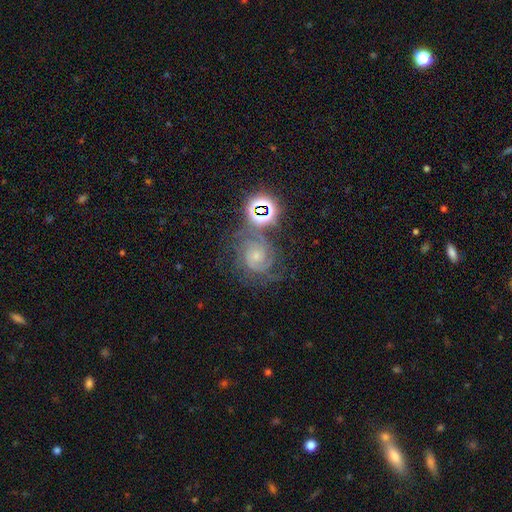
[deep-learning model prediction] A featured or disk galaxy (75%) with no bar (70%), 2 (41%) tight (62%) spiral arms (96%) and a small central bulge (63%).

Vote fractions:
- Smooth or featured? featured or disk: 75% / star or artifact: 17% / smooth: 8%
- Edge-on disk? no: 98% / yes: 2%
- Bar? no: 70% / weak: 23% / strong: 7%
- Spiral arms? yes: 96% / no: 4%
- Spiral winding? tight: 62% / medium: 32% / loose: 6%
- Spiral arm count? 2: 41% / 3: 25% / can't tell: 19% / 4: 6% / 1: 5% / more than 4: 5%
- Bulge size? small: 63% / moderate: 28% / none: 5% / large: 3% / dominant: 1%
- Merging? none: 58% / minor disturbance: 20% / major disturbance: 14% / merger: 7%